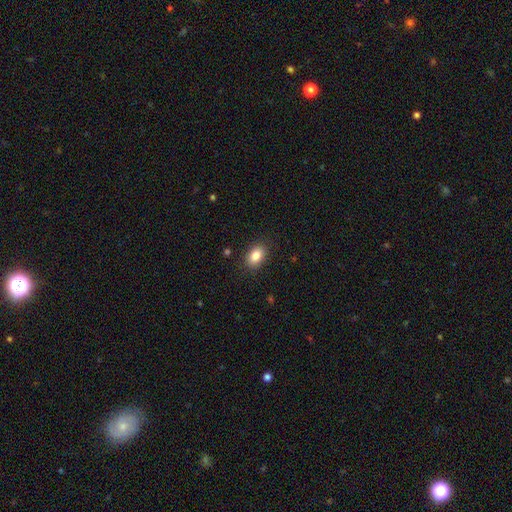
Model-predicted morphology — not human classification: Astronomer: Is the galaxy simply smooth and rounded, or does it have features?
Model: smooth — 85%.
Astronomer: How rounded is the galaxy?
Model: in between — 84%.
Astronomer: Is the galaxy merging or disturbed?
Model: none — 87%.